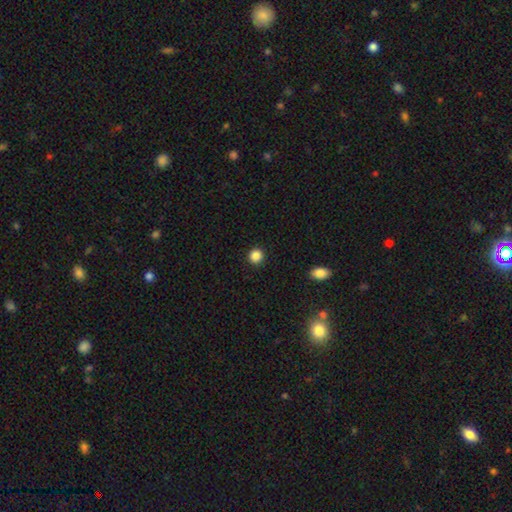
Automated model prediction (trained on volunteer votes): Smooth or featured? smooth (87%)
How rounded? round (92%)
Merging? none (93%)